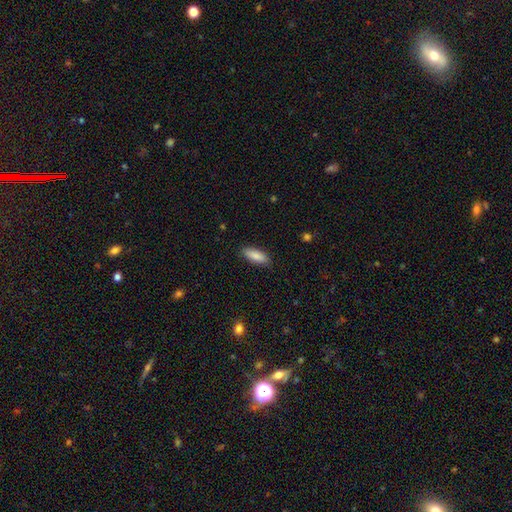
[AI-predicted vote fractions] Smooth or featured? smooth (87%)
How rounded? in between (66%)
Merging? none (87%)